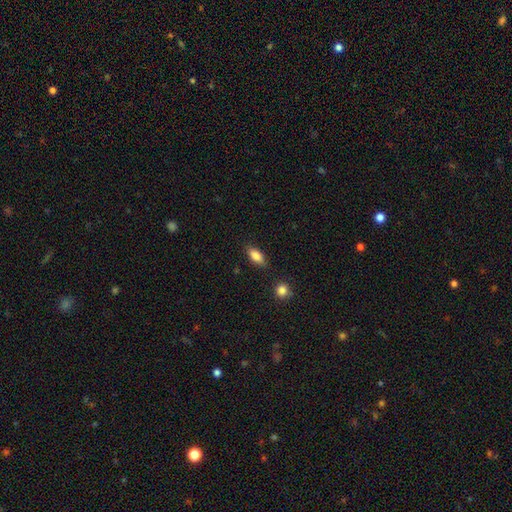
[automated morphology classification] Smooth or featured? Predicted: smooth (p=0.85). How rounded? Predicted: in between (p=0.86). Merging? Predicted: none (p=0.84).